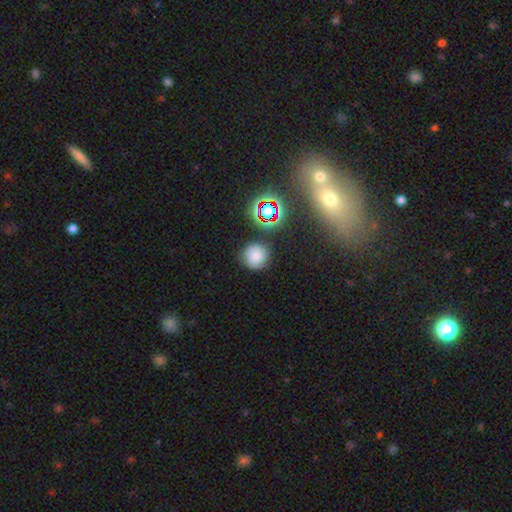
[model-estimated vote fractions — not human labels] Morphology: type=smooth (71%); roundness=round (93%); merging=none (84%).